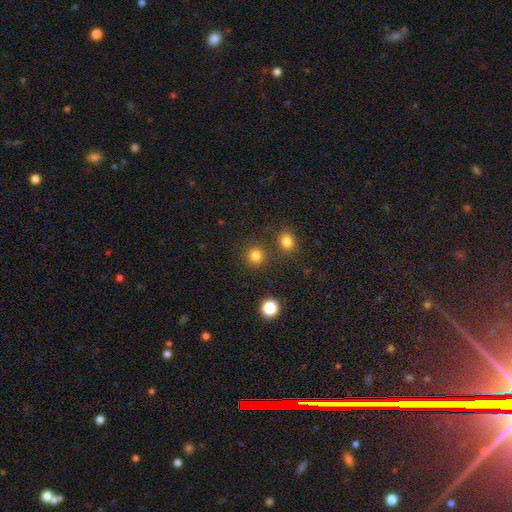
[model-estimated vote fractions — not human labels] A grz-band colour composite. It shows a smooth galaxy with no disk features (80%) that is round (92%). Merging: none (83%).